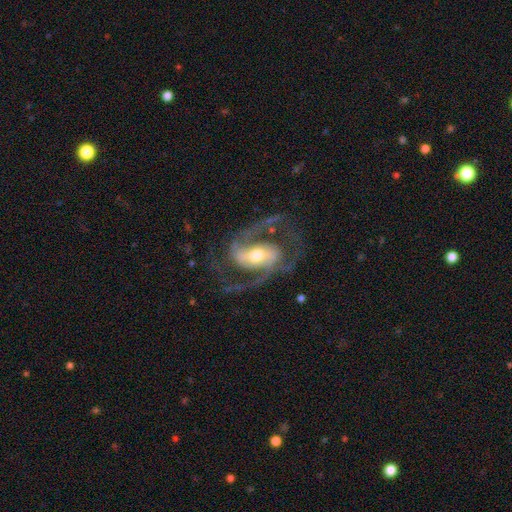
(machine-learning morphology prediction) The model was most divided on "bar": strong: 43%, weak: 36%, no: 21%. More confident: spiral arms — yes (97%); edge-on disk — no (97%); smooth or featured — featured or disk (92%); spiral arm count — 2 (89%); merging — none (72%); bulge size — moderate (65%); spiral winding — medium (64%).